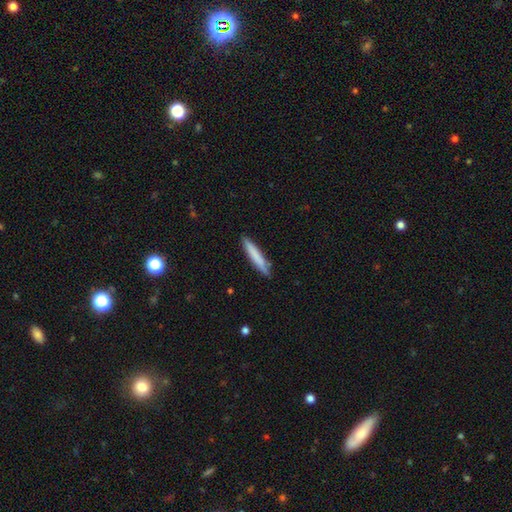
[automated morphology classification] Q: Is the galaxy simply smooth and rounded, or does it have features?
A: smooth — 76%.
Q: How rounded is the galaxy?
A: cigar-shaped — 93%.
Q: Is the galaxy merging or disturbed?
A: none — 86%.